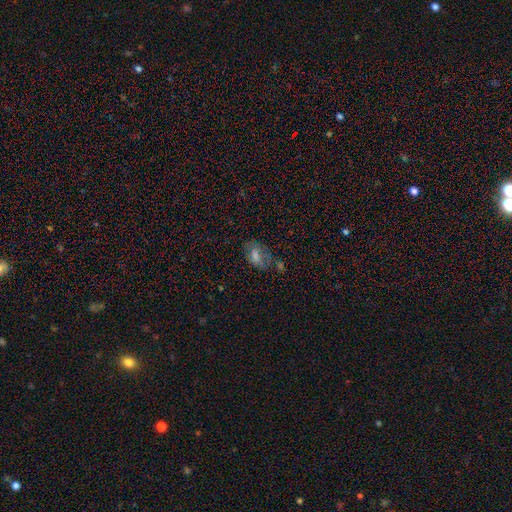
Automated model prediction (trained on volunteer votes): Morphology: type=smooth (61%); roundness=in between (86%); merging=none (45%).